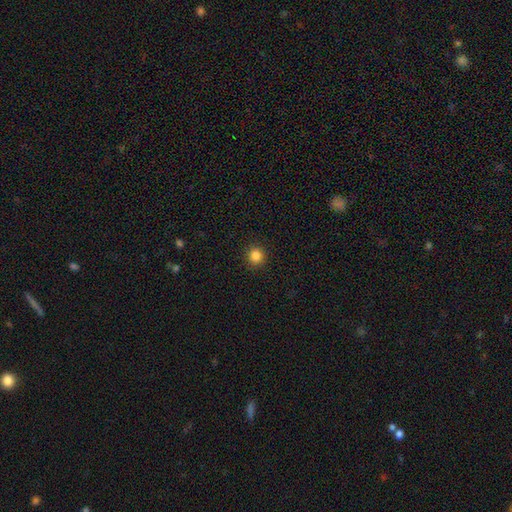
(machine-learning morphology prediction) smooth 84%, star or artifact 12%, featured or disk 4%. Down the decision tree: how rounded — round (93%); merging — none (92%).